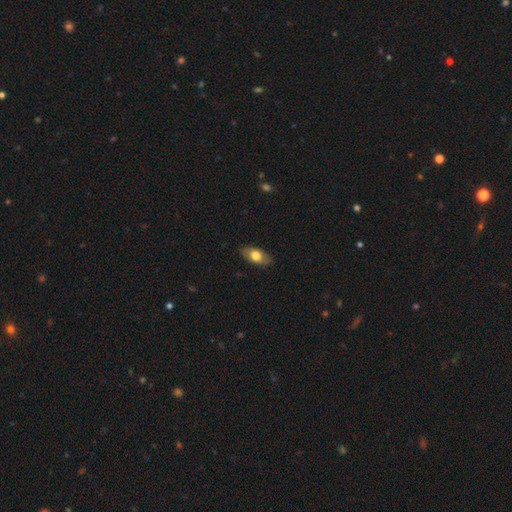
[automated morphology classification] Smooth or featured: smooth — 68% (featured or disk — 26%)
How rounded: in between — 92% (round — 5%)
Merging: none — 84% (minor disturbance — 13%)